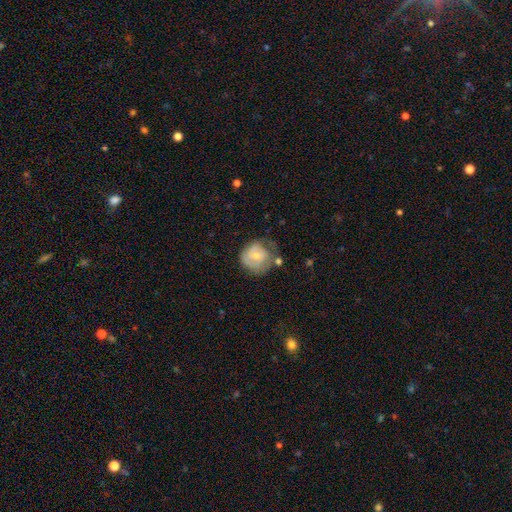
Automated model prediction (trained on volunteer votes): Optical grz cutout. It shows a smooth galaxy with no disk features (56%) that is round (80%). Merging: none (42%).